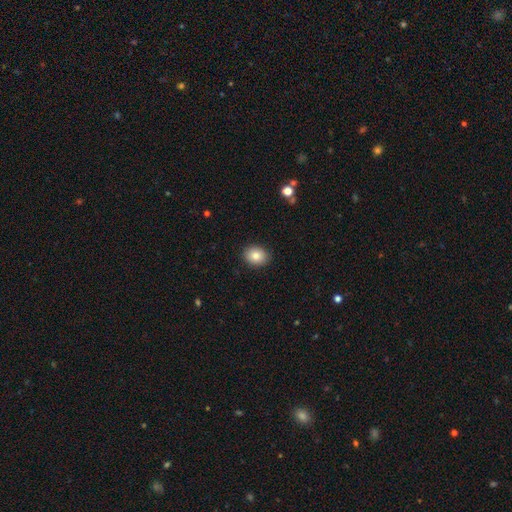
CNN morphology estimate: Overall: smooth (84%). How rounded: round (52%; in between 48%). Merging: none (89%).